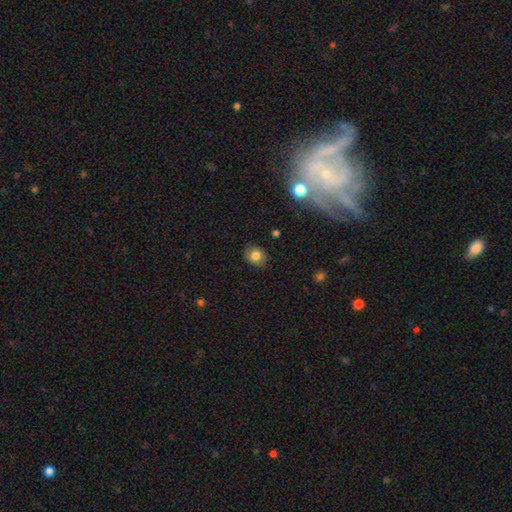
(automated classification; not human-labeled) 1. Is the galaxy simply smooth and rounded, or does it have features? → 80% smooth, 10% featured or disk, 10% star or artifact.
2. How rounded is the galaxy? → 64% round, 35% in between, 1% cigar-shaped.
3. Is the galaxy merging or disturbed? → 86% none, 11% minor disturbance, 2% major disturbance, 1% merger.